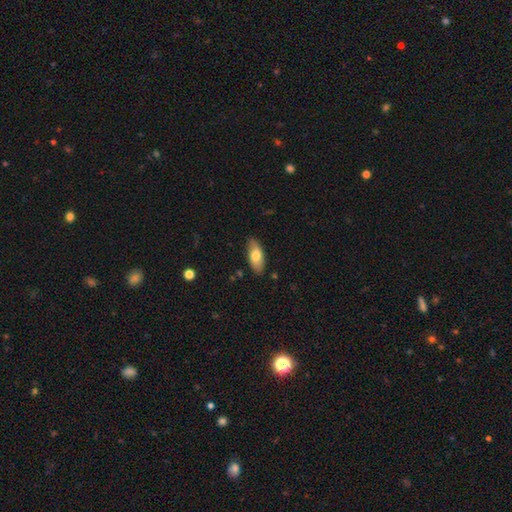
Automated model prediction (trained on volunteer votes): Smooth or featured? Predicted: smooth (p=0.73). How rounded? Predicted: in between (p=0.85). Merging? Predicted: none (p=0.83).